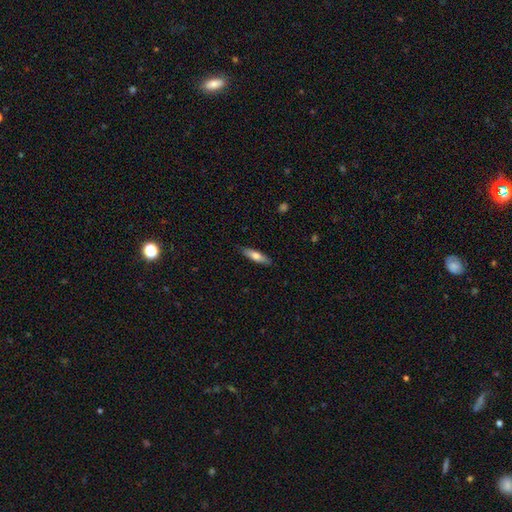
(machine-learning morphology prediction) The model was most divided on "how rounded": cigar-shaped: 64%, in between: 34%, round: 2%. More confident: merging — none (87%); smooth or featured — smooth (68%).